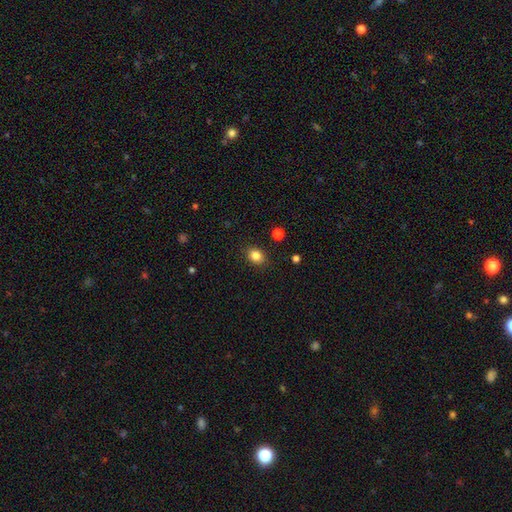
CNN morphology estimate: Smooth or featured?
  - smooth: 84% *
  - star or artifact: 11%
  - featured or disk: 6%
How rounded?
  - round: 52% *
  - in between: 47%
  - cigar-shaped: 1%
Merging?
  - none: 86% *
  - minor disturbance: 10%
  - major disturbance: 2%
  - merger: 2%